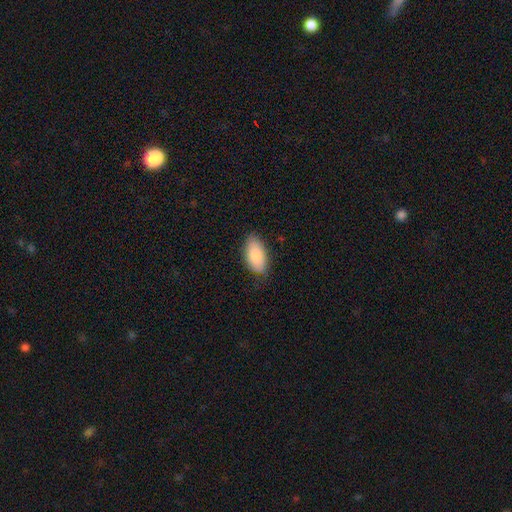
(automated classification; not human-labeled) A smooth galaxy with no disk features (87%) that is in between round and cigar-shaped (93%). Merging: none (79%).